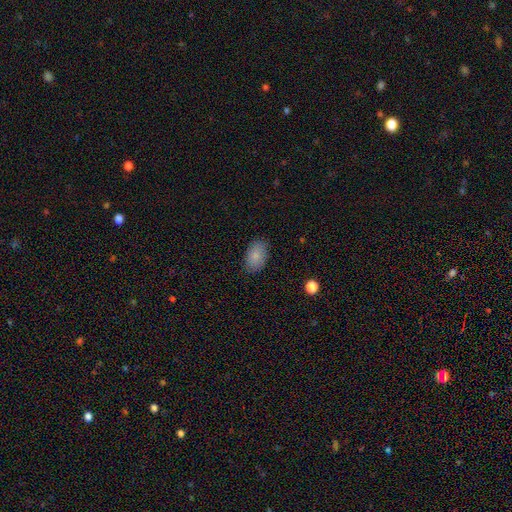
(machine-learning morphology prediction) Q: Smooth or featured?
A: smooth (85%); runner-up: star or artifact (8%)
Q: How rounded?
A: in between (91%); runner-up: round (8%)
Q: Merging?
A: none (85%); runner-up: minor disturbance (12%)